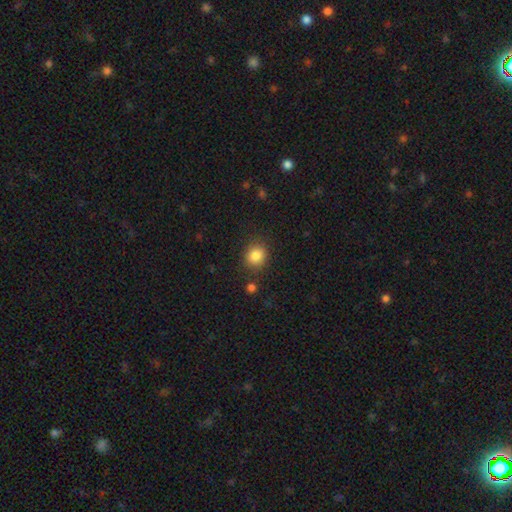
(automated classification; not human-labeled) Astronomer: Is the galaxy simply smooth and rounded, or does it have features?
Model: smooth — 85%.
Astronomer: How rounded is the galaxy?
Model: round — 77%.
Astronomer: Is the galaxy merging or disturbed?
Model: none — 84%.